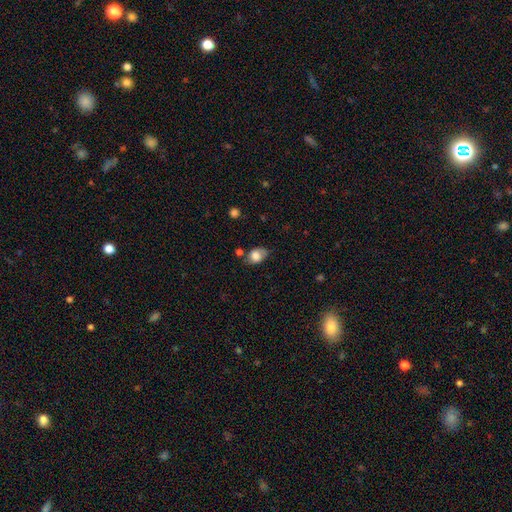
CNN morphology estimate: Smooth or featured: smooth — 73% (featured or disk — 18%)
How rounded: in between — 75% (round — 23%)
Merging: none — 55% (minor disturbance — 30%)